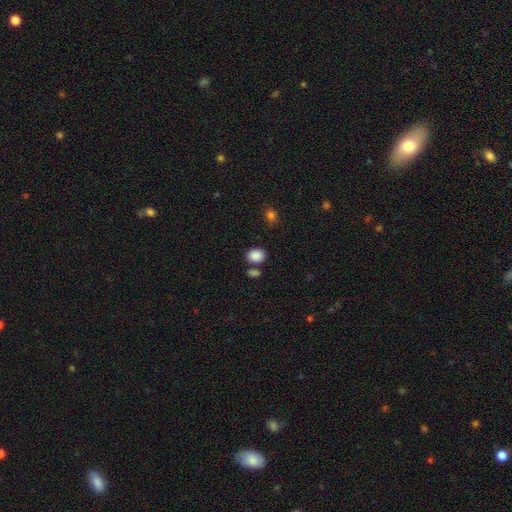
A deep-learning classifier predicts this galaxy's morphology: Q: Smooth or featured?
A: smooth (88%); runner-up: star or artifact (9%)
Q: How rounded?
A: in between (60%); runner-up: round (39%)
Q: Merging?
A: none (71%); runner-up: merger (14%)